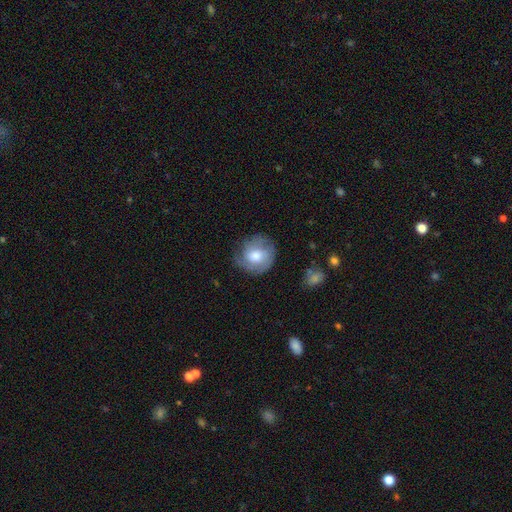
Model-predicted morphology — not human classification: The model was most divided on "smooth or featured": featured or disk: 50%, smooth: 43%, star or artifact: 7%. More confident: merging — none (71%).